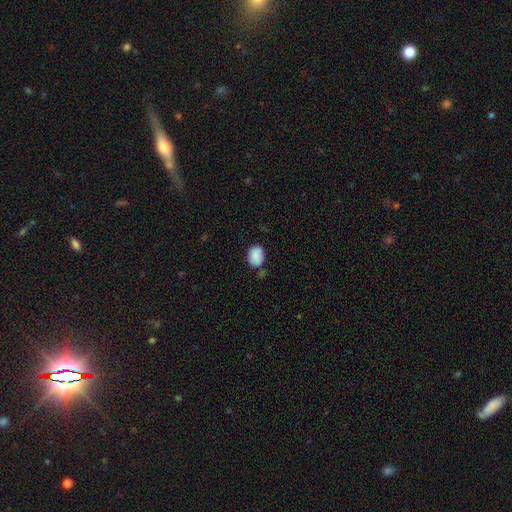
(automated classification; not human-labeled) Smooth or featured: smooth — 86% (star or artifact — 8%)
How rounded: in between — 65% (round — 34%)
Merging: none — 66% (minor disturbance — 22%)